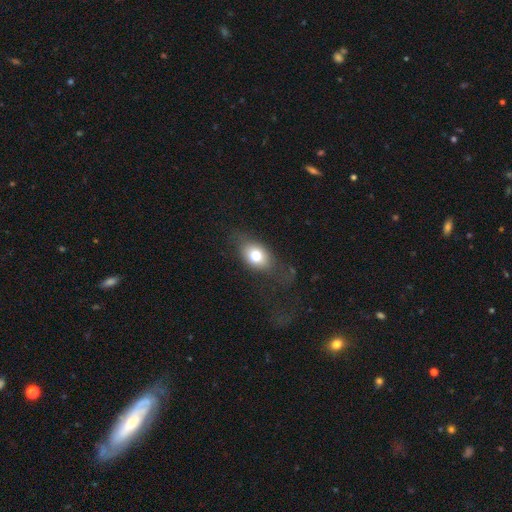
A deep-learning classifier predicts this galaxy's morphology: Smooth or featured: smooth — 73% (featured or disk — 17%)
How rounded: in between — 72% (round — 26%)
Merging: none — 63% (minor disturbance — 20%)